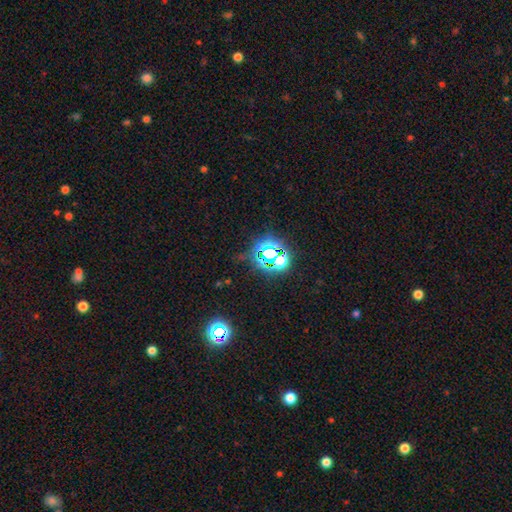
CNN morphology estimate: type=star or artifact (76%).